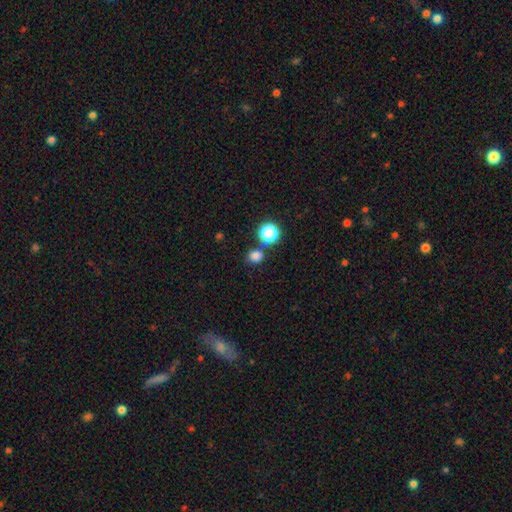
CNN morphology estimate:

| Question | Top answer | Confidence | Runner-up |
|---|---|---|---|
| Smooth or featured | smooth | 78% | star or artifact (18%) |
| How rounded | round | 63% | in between (36%) |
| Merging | none | 74% | merger (13%) |